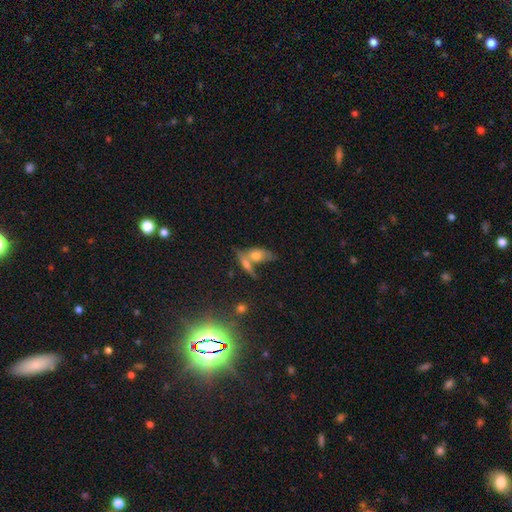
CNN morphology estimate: Smooth or featured?
  - smooth: 59% *
  - featured or disk: 31%
  - star or artifact: 10%
How rounded?
  - in between: 74% *
  - cigar-shaped: 17%
  - round: 9%
Merging?
  - merger: 45% *
  - none: 35%
  - minor disturbance: 13%
  - major disturbance: 7%